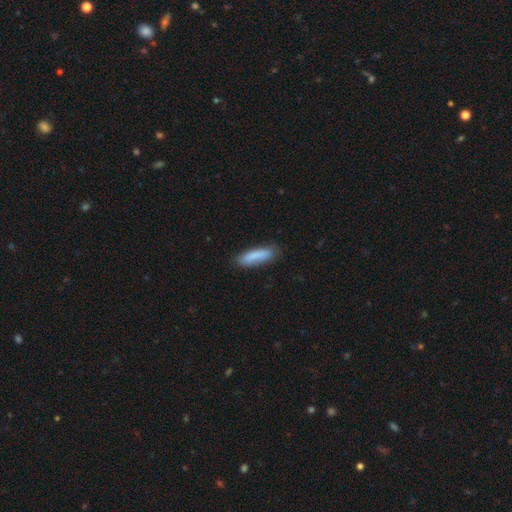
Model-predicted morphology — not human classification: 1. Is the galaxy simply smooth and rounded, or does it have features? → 83% smooth, 11% featured or disk, 6% star or artifact.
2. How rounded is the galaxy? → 63% cigar-shaped, 35% in between, 1% round.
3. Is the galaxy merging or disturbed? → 77% none, 18% minor disturbance, 3% major disturbance, 2% merger.